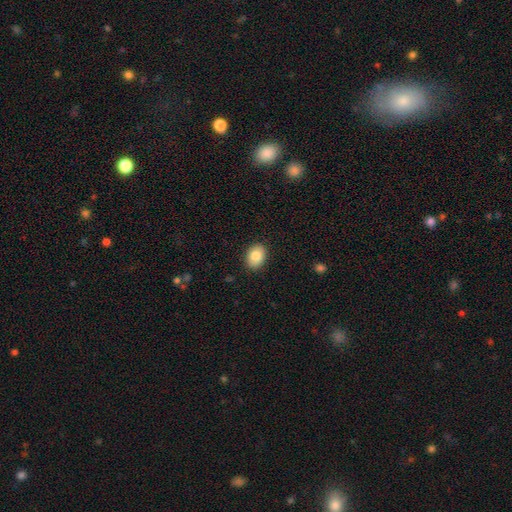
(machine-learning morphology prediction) The model was most divided on "how rounded": in between: 68%, round: 31%, cigar-shaped: 1%. More confident: merging — none (89%); smooth or featured — smooth (84%).